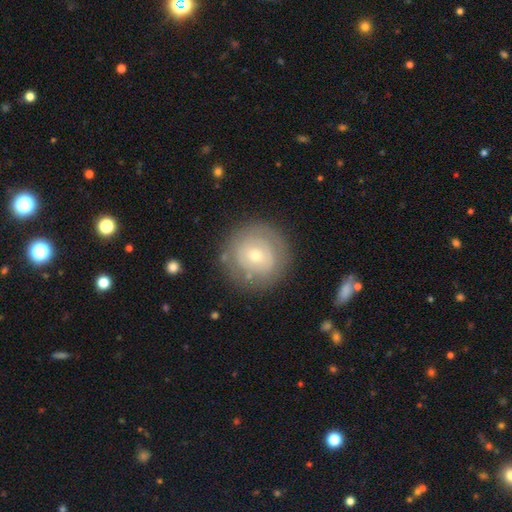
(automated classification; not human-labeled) The model was most divided on "smooth or featured": featured or disk: 47%, smooth: 46%, star or artifact: 7%. More confident: merging — none (82%).